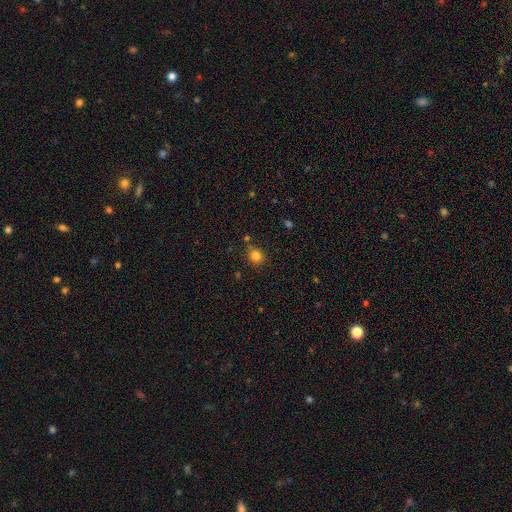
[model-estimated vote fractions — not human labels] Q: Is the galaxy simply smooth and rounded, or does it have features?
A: smooth — 82%.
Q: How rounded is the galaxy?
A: round — 85%.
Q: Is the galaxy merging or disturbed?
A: none — 77%.